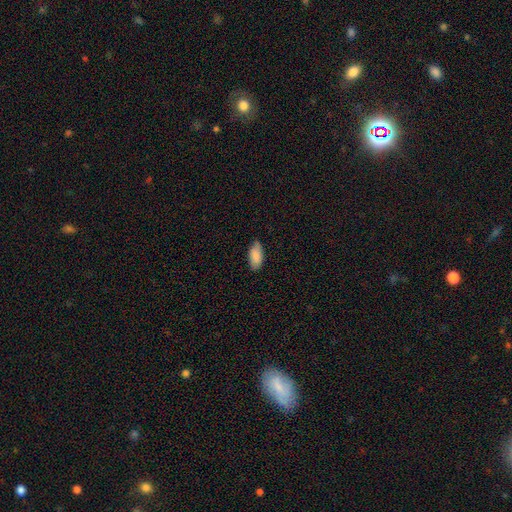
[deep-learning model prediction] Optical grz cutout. It shows a smooth galaxy with no disk features (86%) that is in between round and cigar-shaped (89%). Merging: none (80%).